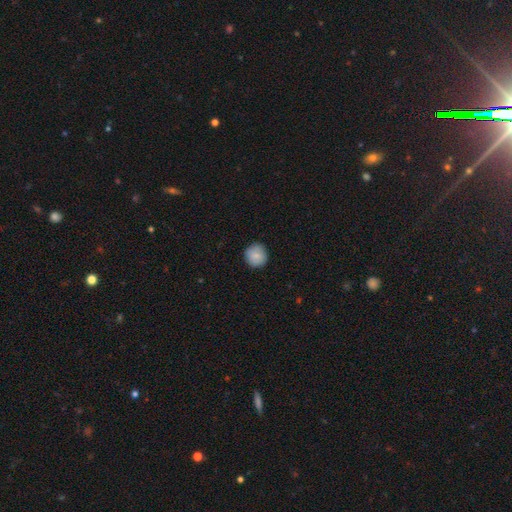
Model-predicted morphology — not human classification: Smooth or featured? smooth (83%)
How rounded? round (92%)
Merging? none (87%)